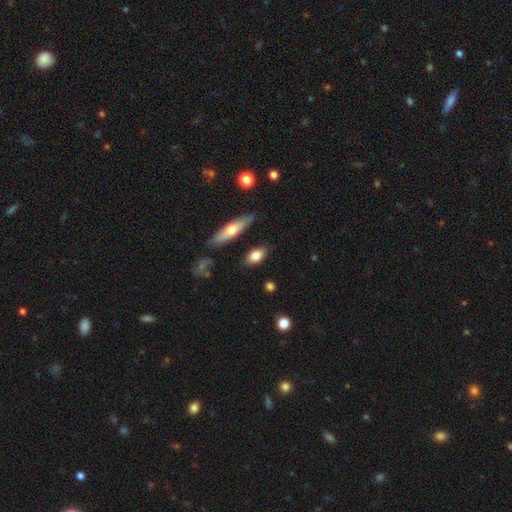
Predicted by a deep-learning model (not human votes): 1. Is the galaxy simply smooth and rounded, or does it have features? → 81% smooth, 12% featured or disk, 7% star or artifact.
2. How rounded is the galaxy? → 80% in between, 11% round, 9% cigar-shaped.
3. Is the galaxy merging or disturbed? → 81% none, 12% minor disturbance, 4% merger, 3% major disturbance.